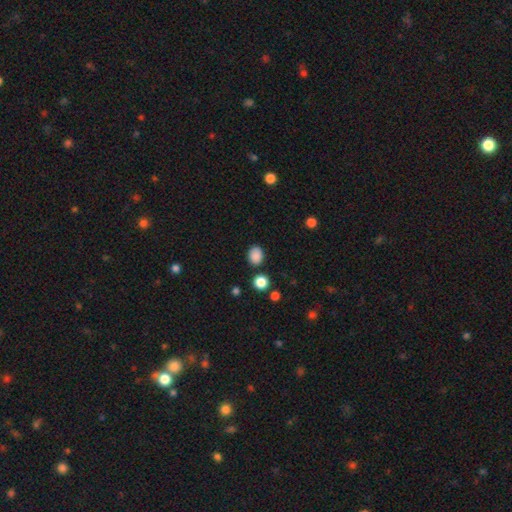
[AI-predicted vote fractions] A smooth galaxy with no disk features (86%) that is in between round and cigar-shaped (53%).

Vote fractions:
- Smooth or featured? smooth: 86% / star or artifact: 10% / featured or disk: 3%
- How rounded? in between: 53% / round: 46% / cigar-shaped: 1%
- Merging? none: 84% / minor disturbance: 10% / merger: 4% / major disturbance: 3%